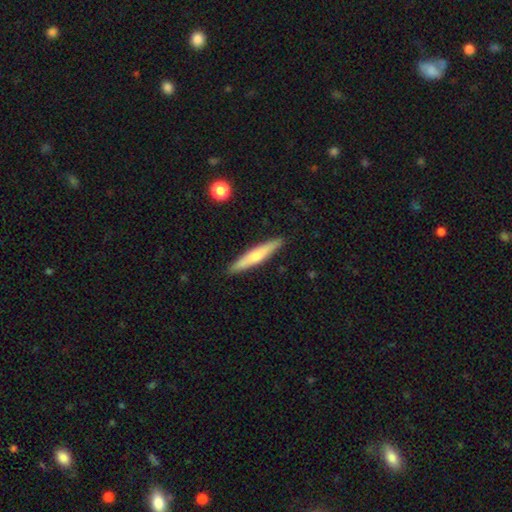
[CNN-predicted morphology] The model was most divided on "smooth or featured": featured or disk: 52%, smooth: 42%, star or artifact: 6%. More confident: edge-on disk — yes (94%); merging — none (92%).